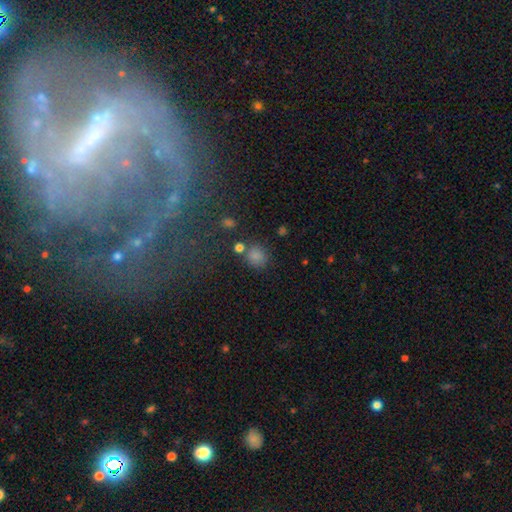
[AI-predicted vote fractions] smooth 79%, star or artifact 15%, featured or disk 6%. Down the decision tree: how rounded — round (83%); merging — none (76%).